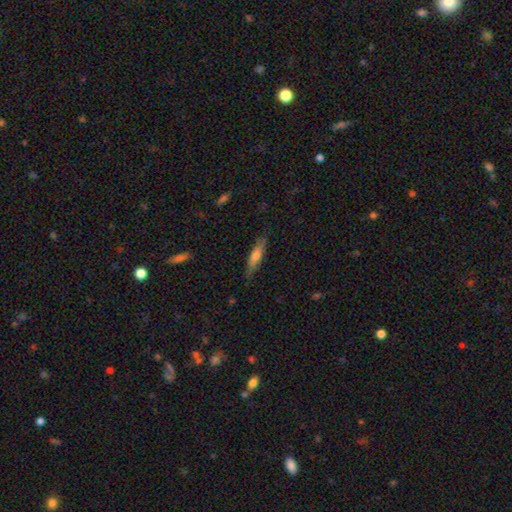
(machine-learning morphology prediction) Smooth or featured: smooth — 53% (featured or disk — 41%)
How rounded: cigar-shaped — 80% (in between — 18%)
Merging: none — 82% (minor disturbance — 14%)